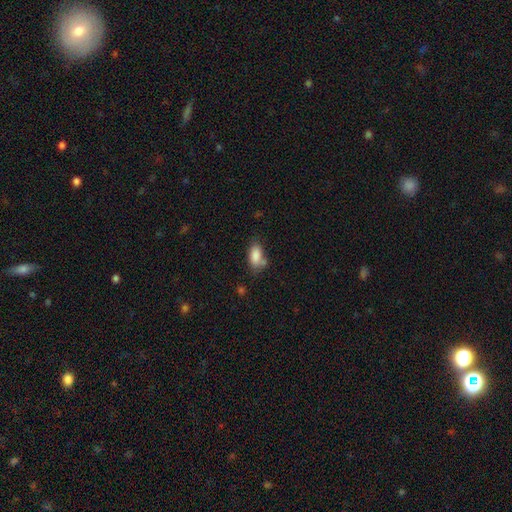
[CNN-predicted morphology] smooth 85%, star or artifact 8%, featured or disk 7%. Down the decision tree: how rounded — in between (89%); merging — none (57%).